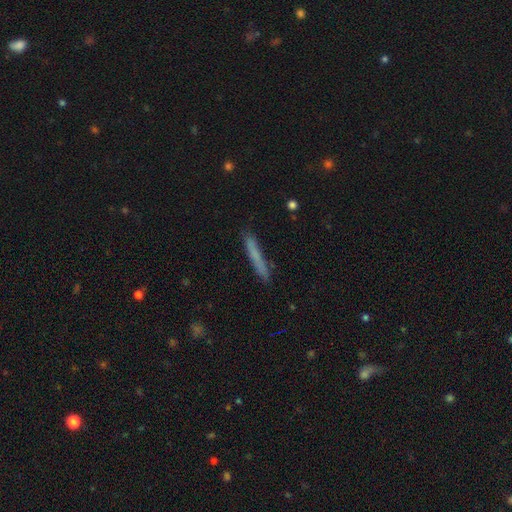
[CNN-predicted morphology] A smooth galaxy with no disk features (69%) that is cigar-shaped (96%). Merging: none (86%).